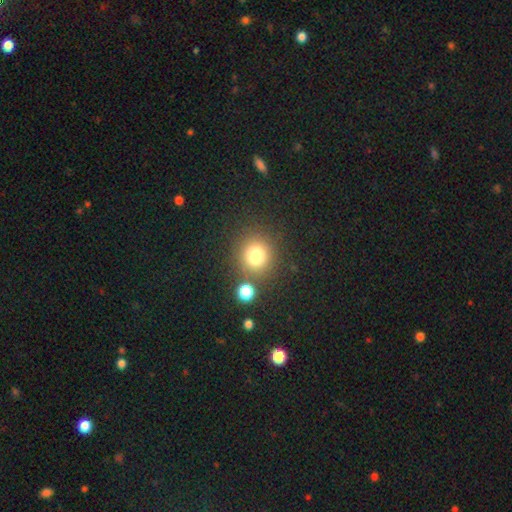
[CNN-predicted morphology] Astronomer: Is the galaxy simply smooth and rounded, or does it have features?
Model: smooth — 78%.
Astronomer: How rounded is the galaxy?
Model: round — 89%.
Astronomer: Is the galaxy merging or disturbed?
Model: none — 78%.